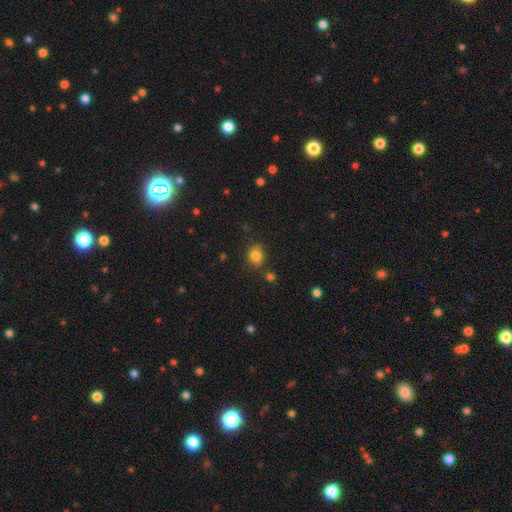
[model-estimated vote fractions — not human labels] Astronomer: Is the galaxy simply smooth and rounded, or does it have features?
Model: smooth — 83%.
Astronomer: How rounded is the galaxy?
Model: round — 71%.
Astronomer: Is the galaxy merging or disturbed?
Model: none — 78%.